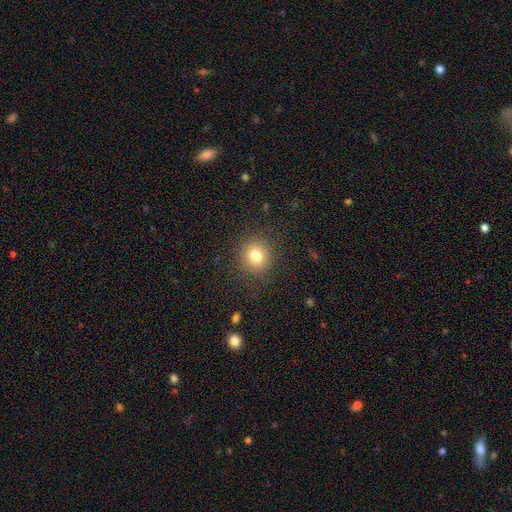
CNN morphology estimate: This appears to be a smooth galaxy with no disk features (79%) that is round (88%). Merging: none (88%).